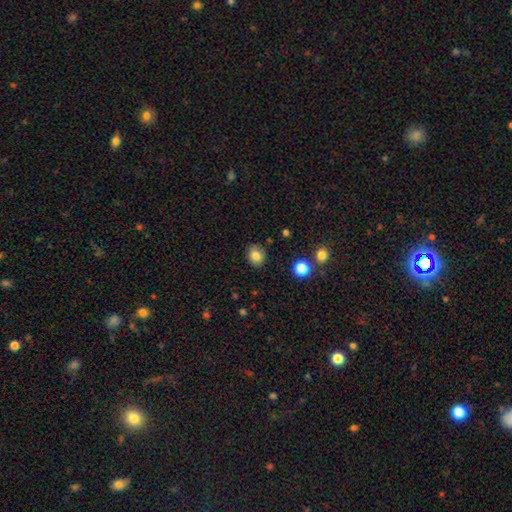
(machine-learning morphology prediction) Q: Smooth or featured?
A: smooth (81%); runner-up: star or artifact (11%)
Q: How rounded?
A: round (72%); runner-up: in between (27%)
Q: Merging?
A: none (87%); runner-up: minor disturbance (9%)